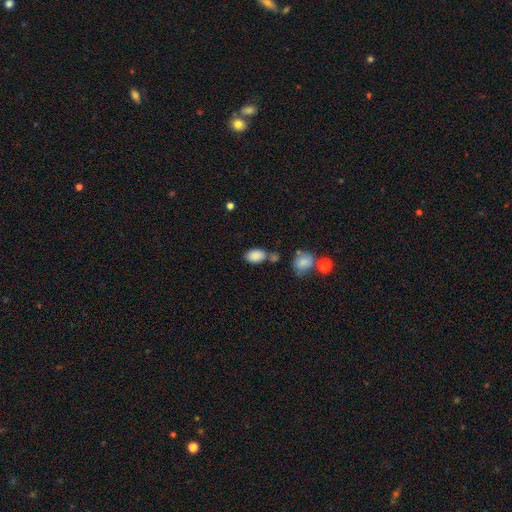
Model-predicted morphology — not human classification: Smooth or featured?
  - smooth: 87% *
  - star or artifact: 8%
  - featured or disk: 5%
How rounded?
  - in between: 89% *
  - round: 10%
  - cigar-shaped: 1%
Merging?
  - none: 62% *
  - merger: 17%
  - minor disturbance: 16%
  - major disturbance: 5%